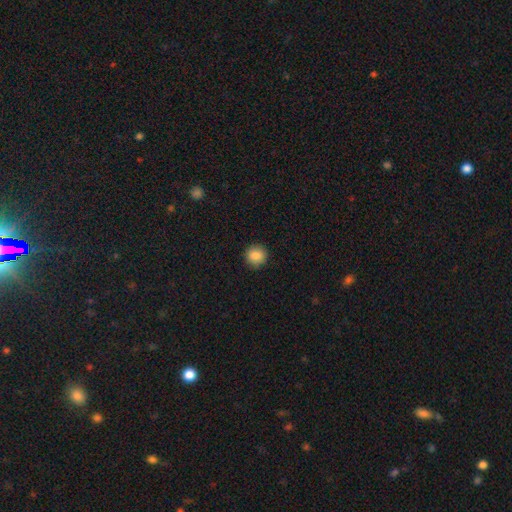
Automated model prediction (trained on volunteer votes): Smooth or featured? smooth (87%)
How rounded? round (91%)
Merging? none (90%)